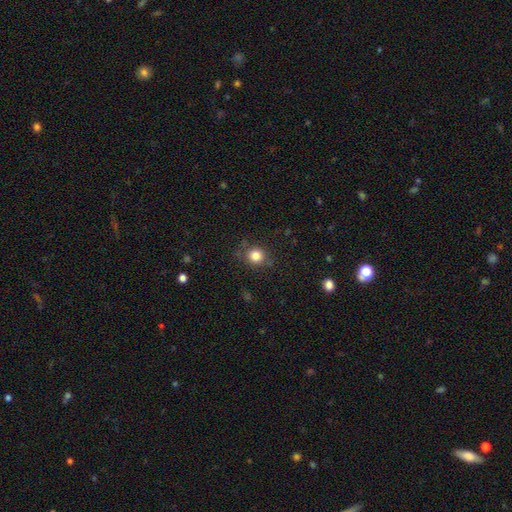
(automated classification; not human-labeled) Smooth or featured?
  - smooth: 82% *
  - star or artifact: 12%
  - featured or disk: 6%
How rounded?
  - round: 87% *
  - in between: 12%
  - cigar-shaped: 1%
Merging?
  - none: 81% *
  - minor disturbance: 13%
  - major disturbance: 4%
  - merger: 2%